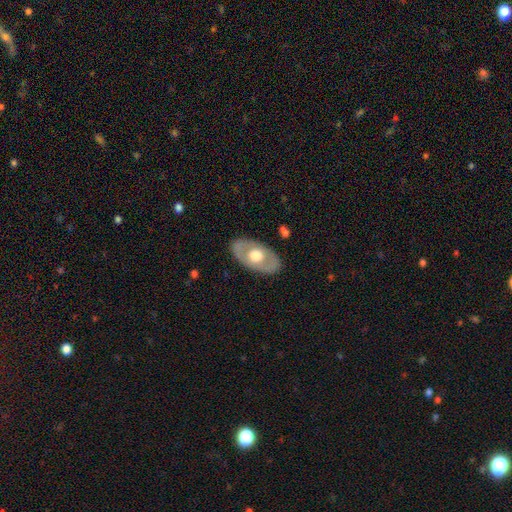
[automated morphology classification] Smooth or featured?
  - featured or disk: 52% *
  - smooth: 43%
  - star or artifact: 5%
Edge-on disk?
  - no: 84% *
  - yes: 16%
Merging?
  - none: 84% *
  - minor disturbance: 11%
  - major disturbance: 3%
  - merger: 1%